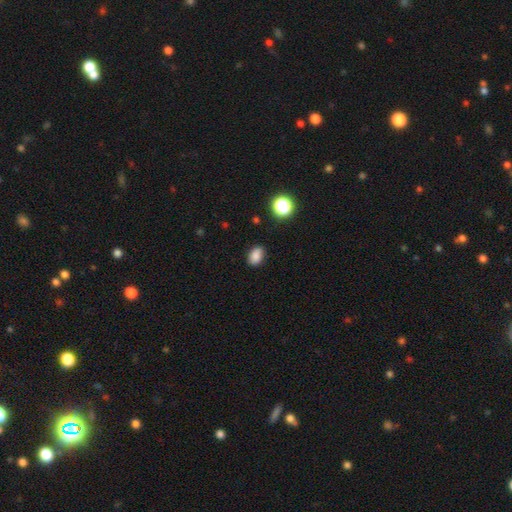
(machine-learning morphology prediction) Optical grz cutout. It shows a smooth galaxy with no disk features (84%) that is in between round and cigar-shaped (79%). Merging: none (84%).